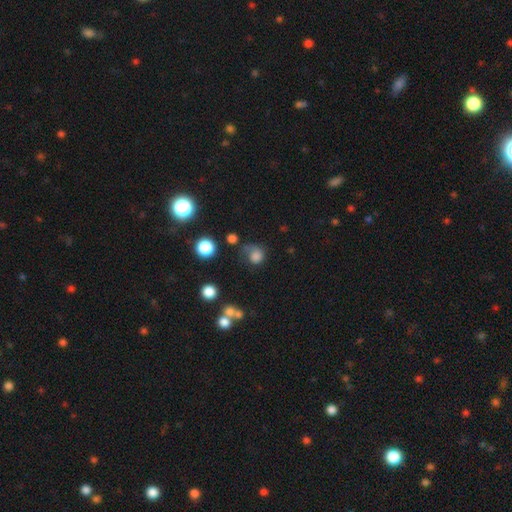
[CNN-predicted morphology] Q: Smooth or featured?
A: smooth (72%); runner-up: featured or disk (14%)
Q: How rounded?
A: round (77%); runner-up: in between (22%)
Q: Merging?
A: none (37%); runner-up: major disturbance (30%)